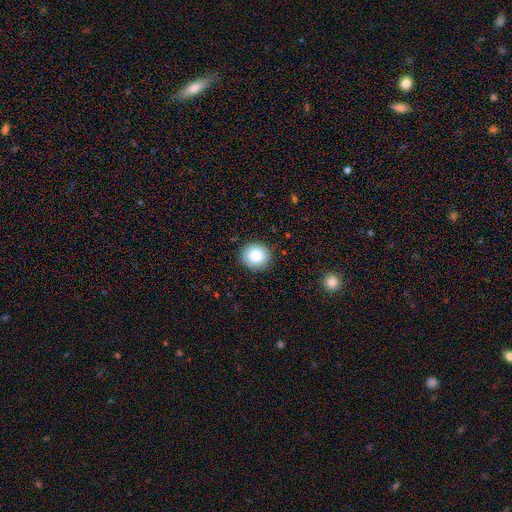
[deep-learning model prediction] Smooth or featured: smooth — 85% (star or artifact — 9%)
How rounded: round — 88% (in between — 11%)
Merging: none — 89% (minor disturbance — 7%)